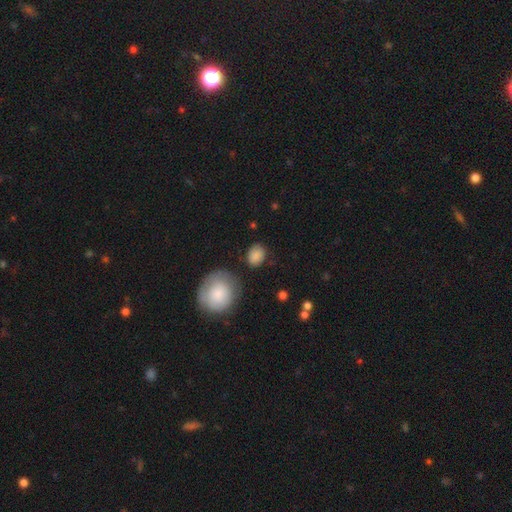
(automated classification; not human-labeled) This is clearly a smooth galaxy (84%). How rounded: possibly in between (57%). Merging: likely none (75%).